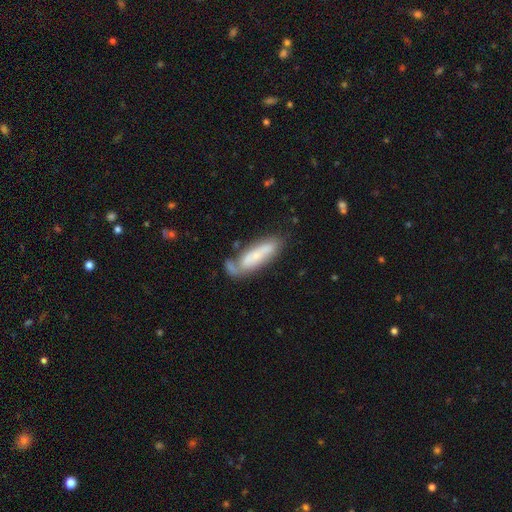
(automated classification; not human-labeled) smooth 54%, featured or disk 39%, star or artifact 7%. Down the decision tree: how rounded — cigar-shaped (54%); merging — none (48%).